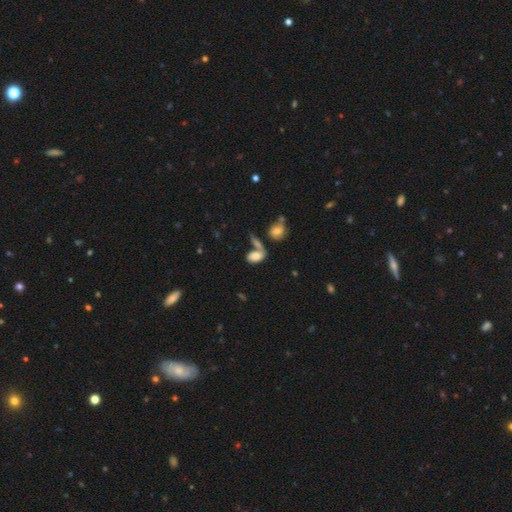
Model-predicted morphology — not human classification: Smooth or featured: smooth — 78% (featured or disk — 11%)
How rounded: in between — 90% (round — 7%)
Merging: merger — 43% (none — 34%)